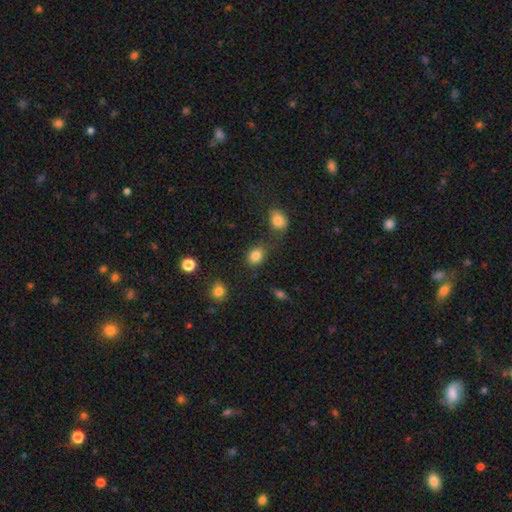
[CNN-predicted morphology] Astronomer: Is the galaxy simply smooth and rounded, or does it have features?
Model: smooth — 83%.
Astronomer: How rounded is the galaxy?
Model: in between — 58% (runner-up: round, 41%).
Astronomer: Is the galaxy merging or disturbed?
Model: none — 70%.